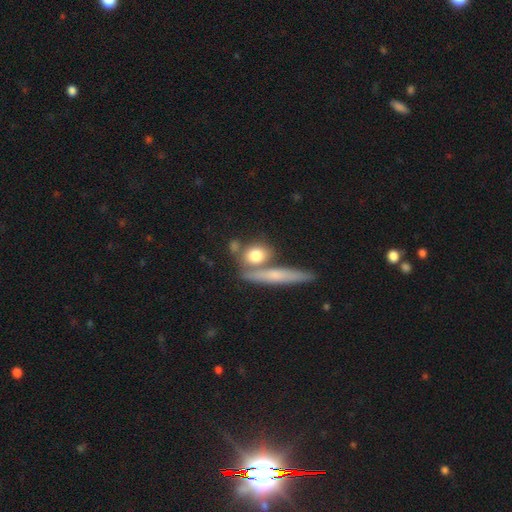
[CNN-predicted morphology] Smooth or featured? Predicted: smooth (p=0.75). How rounded? Predicted: round (p=0.54). Merging? Predicted: none (p=0.59).